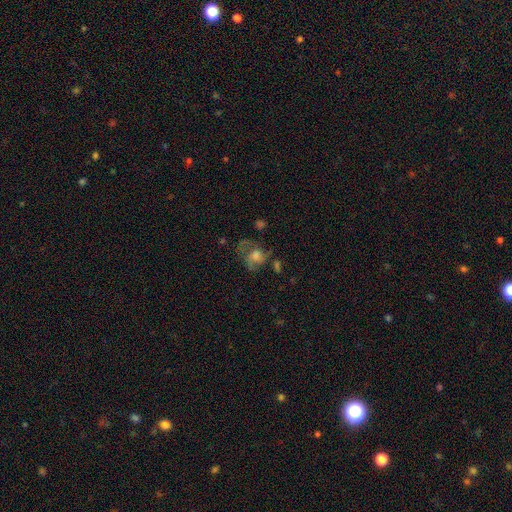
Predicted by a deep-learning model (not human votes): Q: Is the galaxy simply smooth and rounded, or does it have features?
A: featured or disk — 46%.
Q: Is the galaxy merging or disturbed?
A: none — 39%.